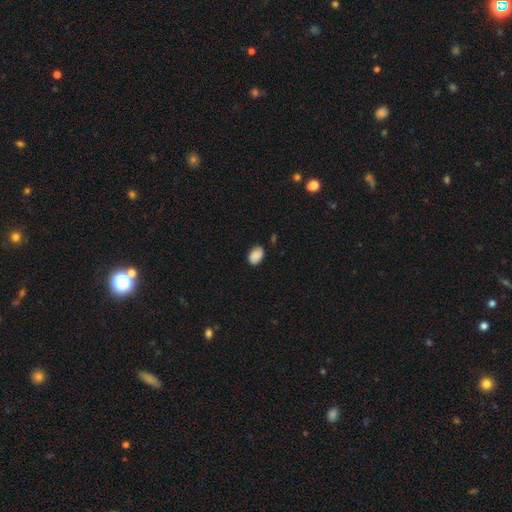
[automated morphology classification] smooth 87%, star or artifact 7%, featured or disk 5%. Down the decision tree: how rounded — in between (86%); merging — none (81%).